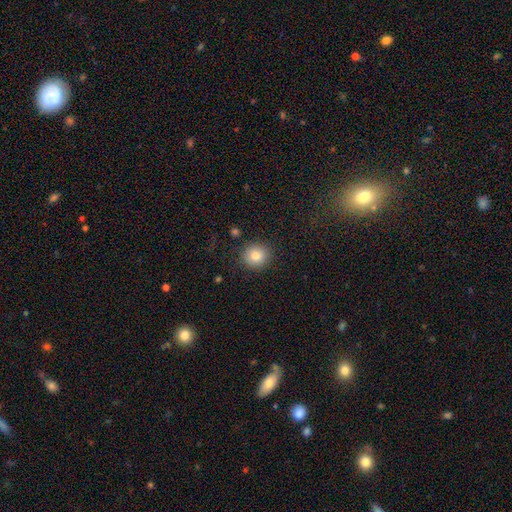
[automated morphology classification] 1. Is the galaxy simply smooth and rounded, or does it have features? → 83% smooth, 10% star or artifact, 7% featured or disk.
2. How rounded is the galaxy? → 88% round, 11% in between, 1% cigar-shaped.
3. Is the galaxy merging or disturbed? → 88% none, 8% minor disturbance, 3% major disturbance, 2% merger.